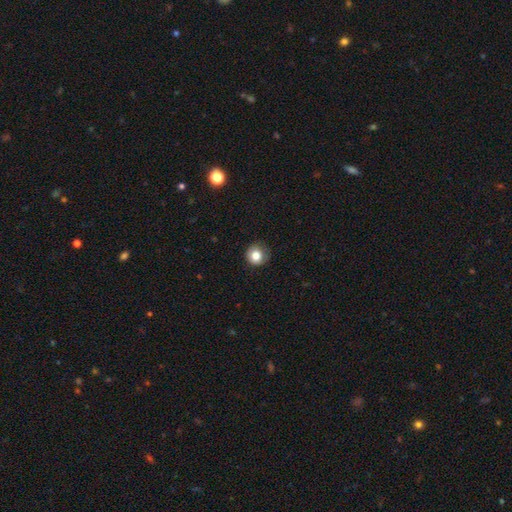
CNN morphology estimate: Smooth or featured?
  - smooth: 81% *
  - star or artifact: 10%
  - featured or disk: 8%
How rounded?
  - round: 92% *
  - in between: 7%
  - cigar-shaped: 1%
Merging?
  - none: 81% *
  - minor disturbance: 15%
  - major disturbance: 4%
  - merger: 1%